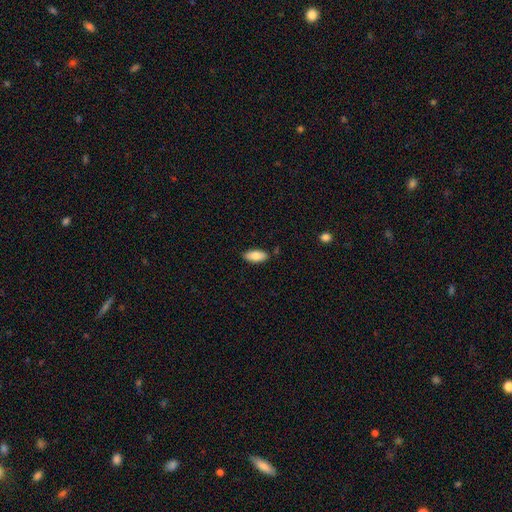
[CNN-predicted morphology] The model was most divided on "smooth or featured": smooth: 81%, featured or disk: 13%, star or artifact: 6%. More confident: how rounded — in between (88%); merging — none (85%).